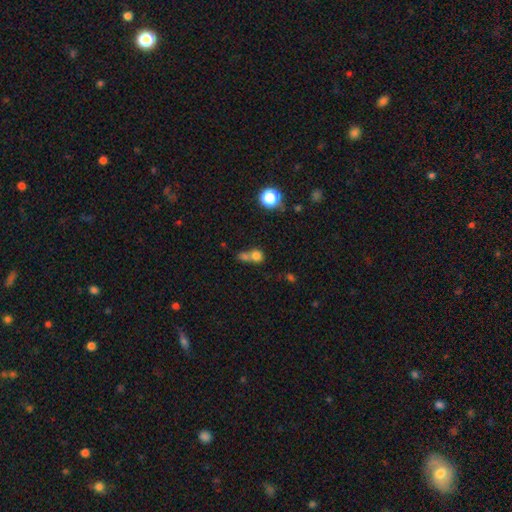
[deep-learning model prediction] Smooth or featured? smooth (74%)
How rounded? round (80%)
Merging? merger (55%)